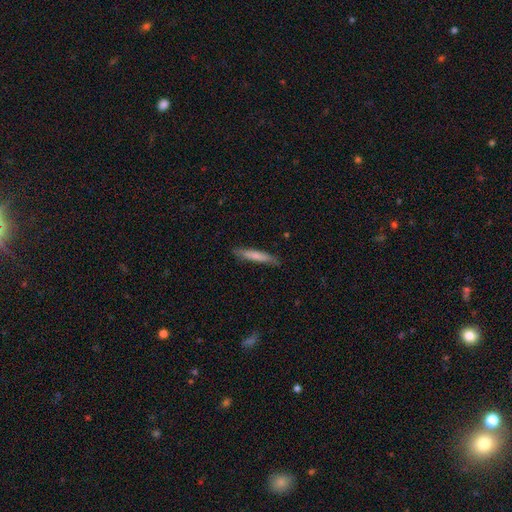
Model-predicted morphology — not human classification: This is likely a smooth galaxy (72%). How rounded: clearly cigar-shaped (91%). Merging: clearly none (83%).